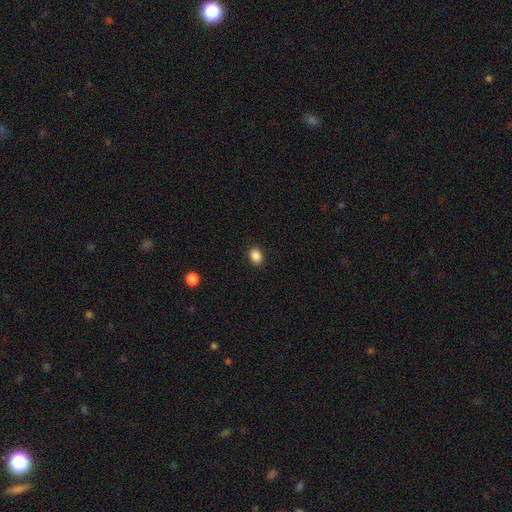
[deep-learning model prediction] Overall: smooth (87%). How rounded: in between (52%; round 47%). Merging: none (90%).